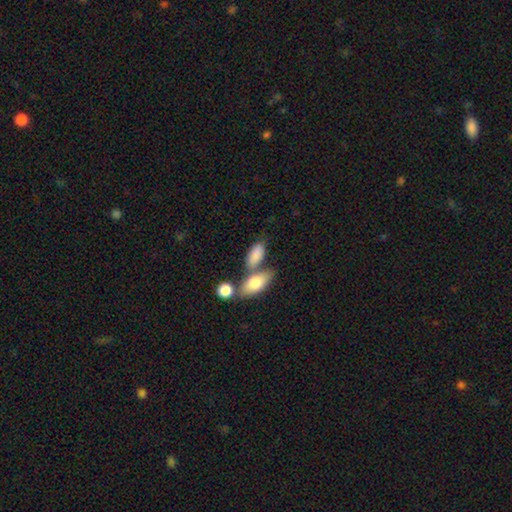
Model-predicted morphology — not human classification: This is clearly a smooth galaxy (81%). How rounded: clearly in between (85%). Merging: possibly none (47%).